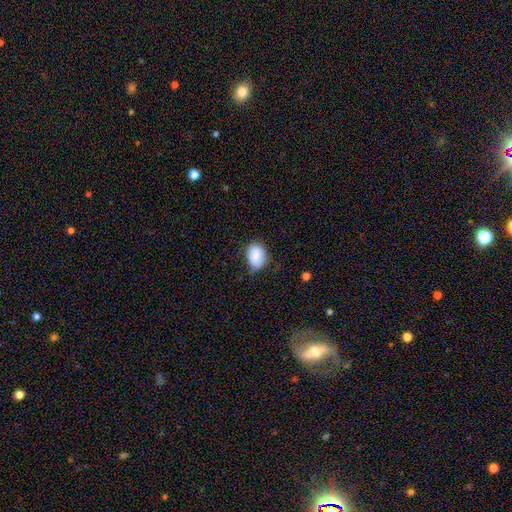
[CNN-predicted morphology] type=smooth (84%); roundness=in between (67%); merging=none (56%).